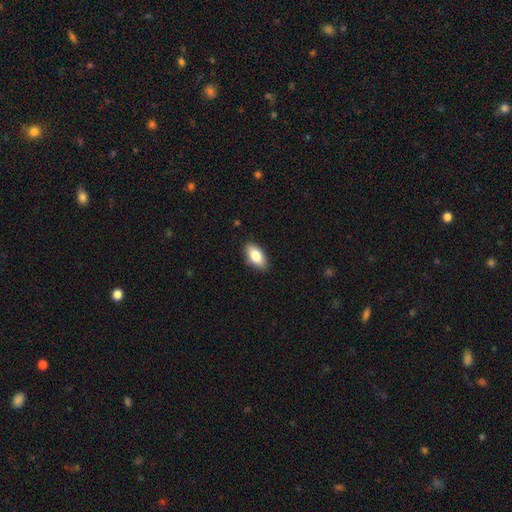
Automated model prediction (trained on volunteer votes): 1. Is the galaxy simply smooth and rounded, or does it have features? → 80% smooth, 13% featured or disk, 7% star or artifact.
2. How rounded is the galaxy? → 90% in between, 6% cigar-shaped, 4% round.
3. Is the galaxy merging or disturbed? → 87% none, 10% minor disturbance, 2% major disturbance, 1% merger.